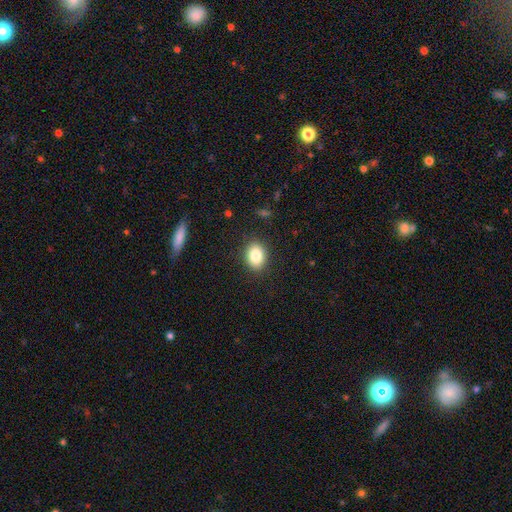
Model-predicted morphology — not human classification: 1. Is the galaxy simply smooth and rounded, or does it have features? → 85% smooth, 9% star or artifact, 7% featured or disk.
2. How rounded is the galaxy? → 65% in between, 34% round, 1% cigar-shaped.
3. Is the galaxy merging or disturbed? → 88% none, 8% minor disturbance, 3% major disturbance, 1% merger.